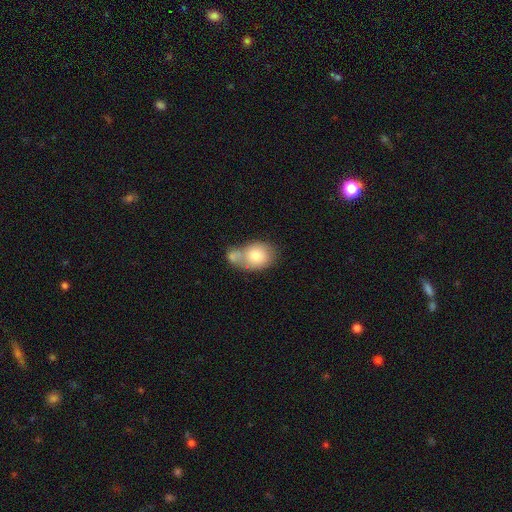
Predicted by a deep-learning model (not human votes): smooth_or_featured: smooth (p=0.75) [alt: featured or disk p=0.17]
how_rounded: in between (p=0.60) [alt: round p=0.38]
merging: merger (p=0.50) [alt: none p=0.27]